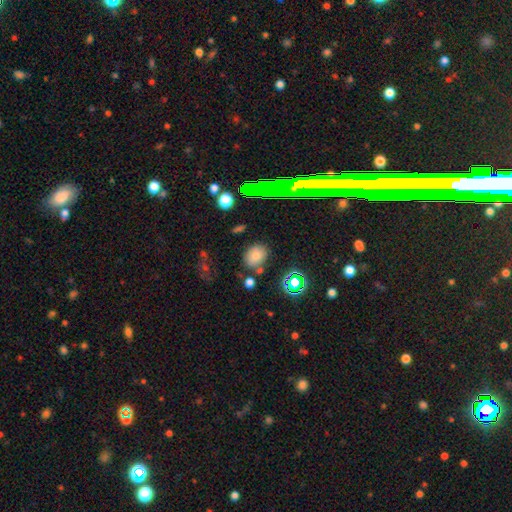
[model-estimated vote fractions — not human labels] Morphology: type=smooth (74%); roundness=in between (55%); merging=none (75%).